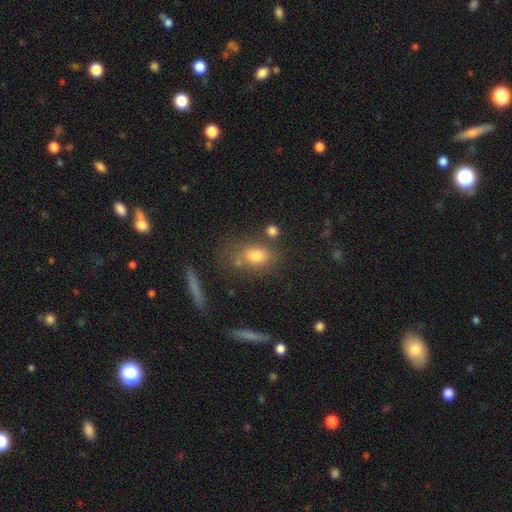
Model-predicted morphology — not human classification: type=smooth (75%); roundness=in between (69%); merging=none (63%).